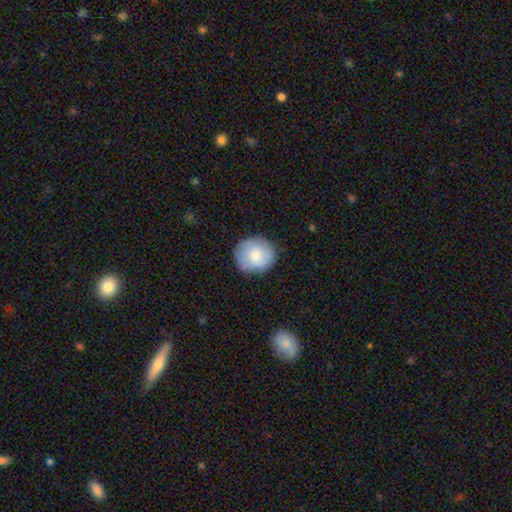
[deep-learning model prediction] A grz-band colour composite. It shows a smooth galaxy with no disk features (74%) that is round (86%). Merging: none (84%).